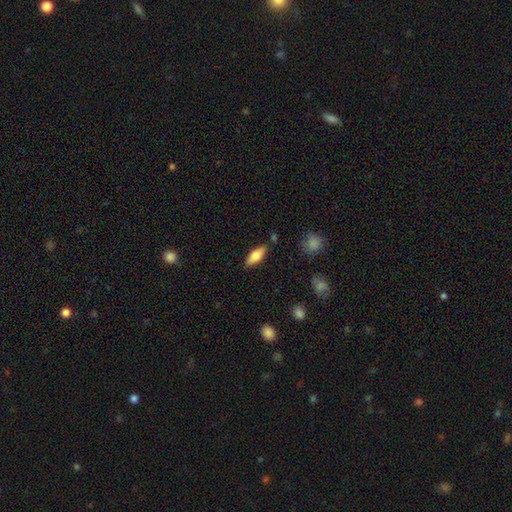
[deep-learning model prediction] The model was most divided on "smooth or featured": smooth: 64%, featured or disk: 30%, star or artifact: 7%. More confident: merging — none (84%); how rounded — in between (70%).